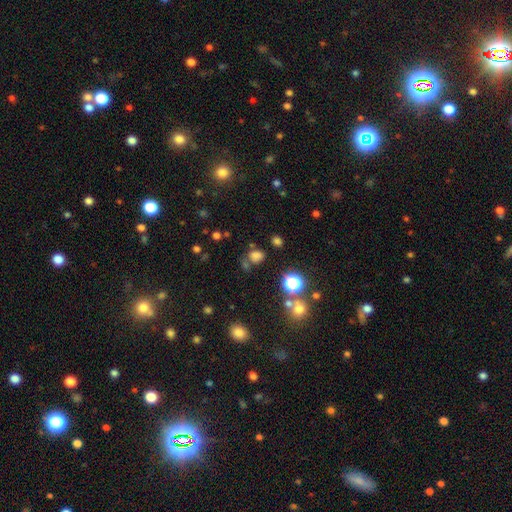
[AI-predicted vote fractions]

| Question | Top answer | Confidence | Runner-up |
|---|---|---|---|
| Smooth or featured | smooth | 64% | star or artifact (29%) |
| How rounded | round | 52% | in between (47%) |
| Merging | none | 64% | minor disturbance (16%) |